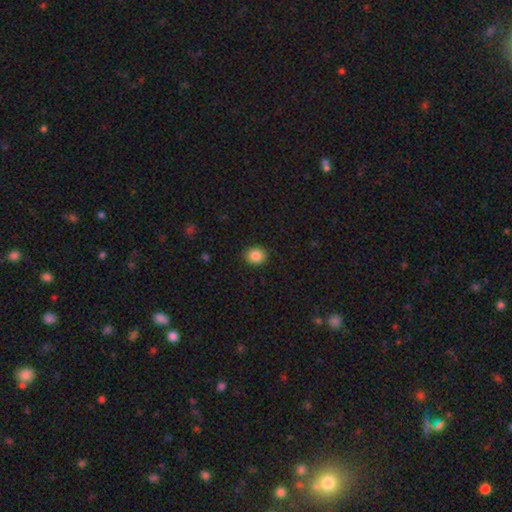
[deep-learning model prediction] The model was most divided on "how rounded": round: 69%, in between: 30%, cigar-shaped: 1%. More confident: merging — none (89%); smooth or featured — smooth (86%).